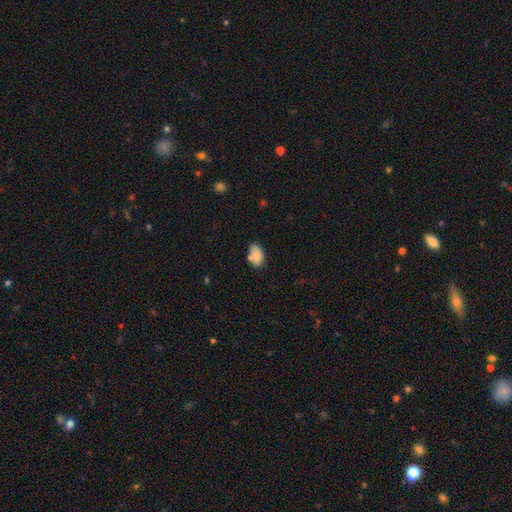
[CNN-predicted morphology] The model was most divided on "merging": none: 56%, minor disturbance: 27%, merger: 11%, major disturbance: 6%. More confident: how rounded — in between (90%); smooth or featured — smooth (81%).